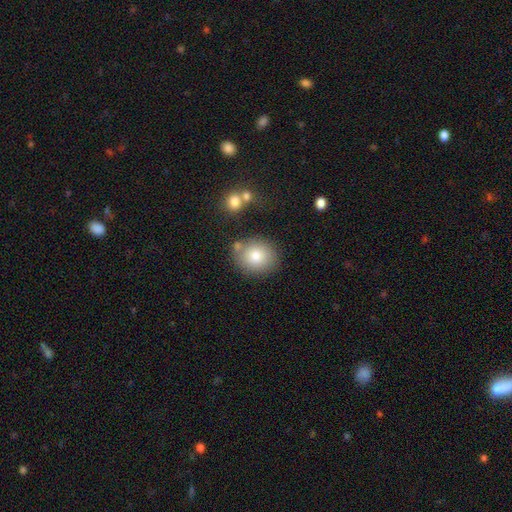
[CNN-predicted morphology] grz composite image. It shows a smooth galaxy with no disk features (79%) that is round (68%). Merging: none (74%).